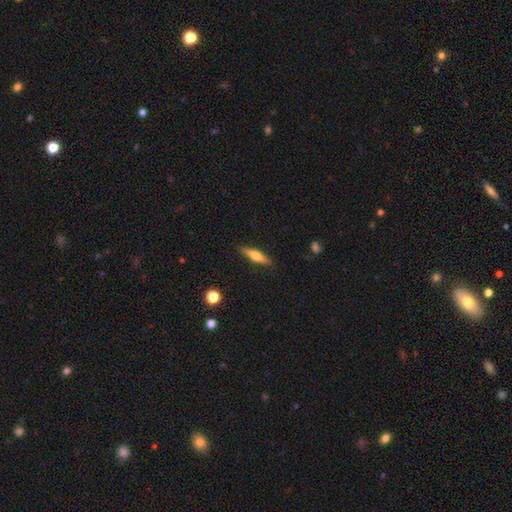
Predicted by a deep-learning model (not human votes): The model was most divided on "smooth or featured": smooth: 56%, featured or disk: 38%, star or artifact: 7%. More confident: merging — none (88%); how rounded — cigar-shaped (77%).